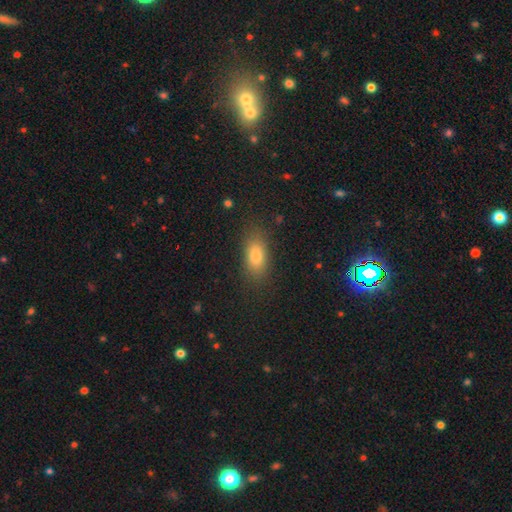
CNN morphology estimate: Smooth or featured? Predicted: smooth (p=0.79). How rounded? Predicted: in between (p=0.83). Merging? Predicted: none (p=0.84).